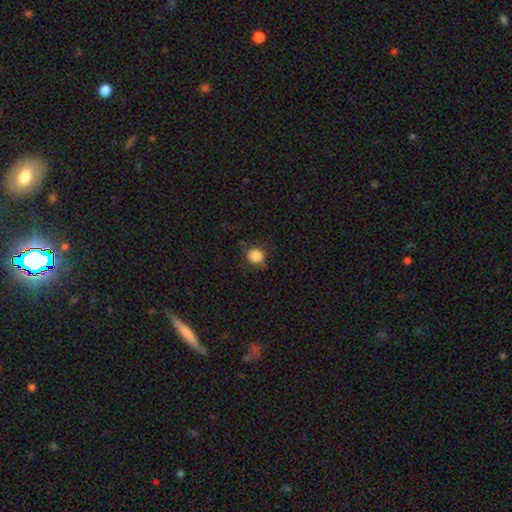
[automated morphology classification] Smooth or featured? smooth (85%)
How rounded? round (78%)
Merging? none (74%)